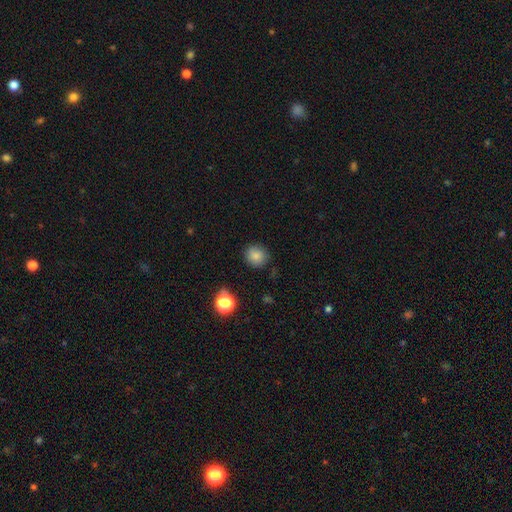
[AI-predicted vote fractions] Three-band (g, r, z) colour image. It shows a smooth galaxy with no disk features (83%) that is round (86%). Merging: none (83%).